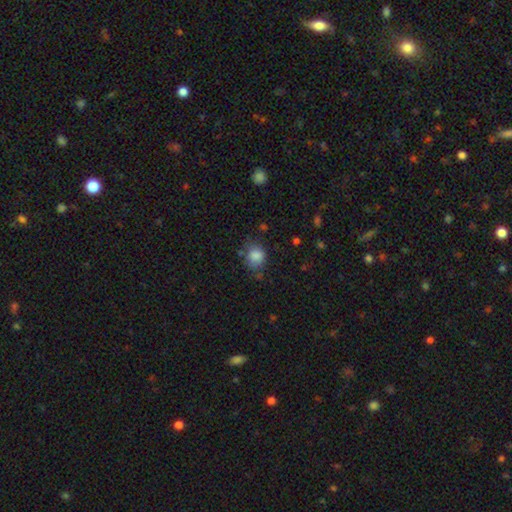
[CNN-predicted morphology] smooth 84%, star or artifact 9%, featured or disk 7%. Down the decision tree: how rounded — round (69%); merging — none (66%).